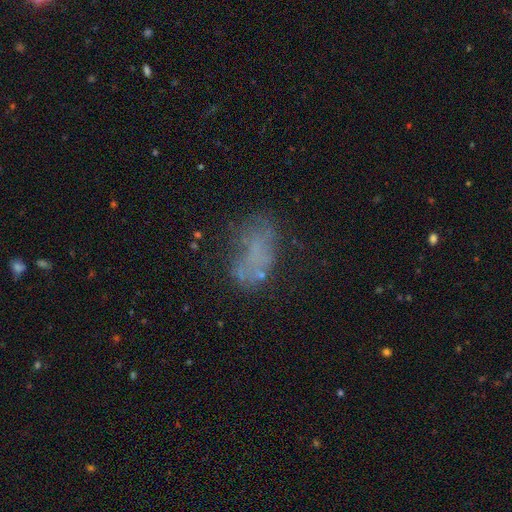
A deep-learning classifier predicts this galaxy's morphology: type=smooth (43%); merging=none (47%).